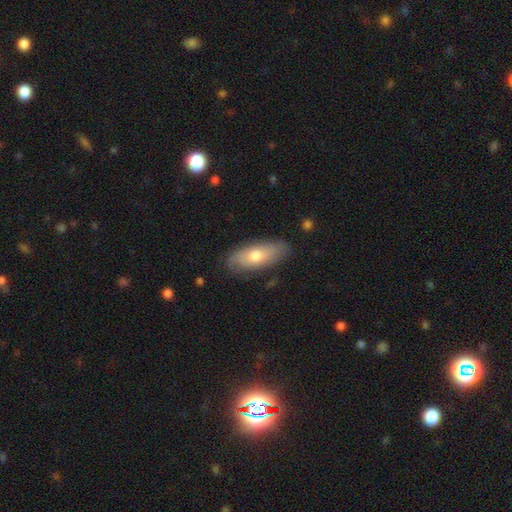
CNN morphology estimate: A smooth galaxy with no disk features (61%) that is in between round and cigar-shaped (74%).

Vote fractions:
- Smooth or featured? smooth: 61% / featured or disk: 32% / star or artifact: 6%
- How rounded? in between: 74% / cigar-shaped: 23% / round: 3%
- Merging? none: 79% / minor disturbance: 17% / major disturbance: 3% / merger: 1%